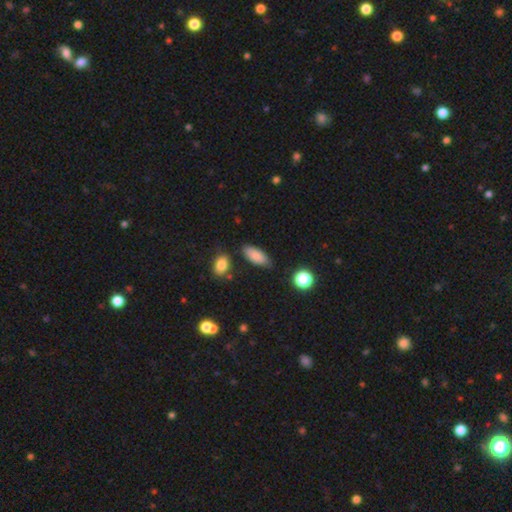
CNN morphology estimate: smooth_or_featured: smooth (p=0.85) [alt: star or artifact p=0.08]
how_rounded: in between (p=0.82) [alt: cigar-shaped p=0.15]
merging: none (p=0.79) [alt: minor disturbance p=0.14]